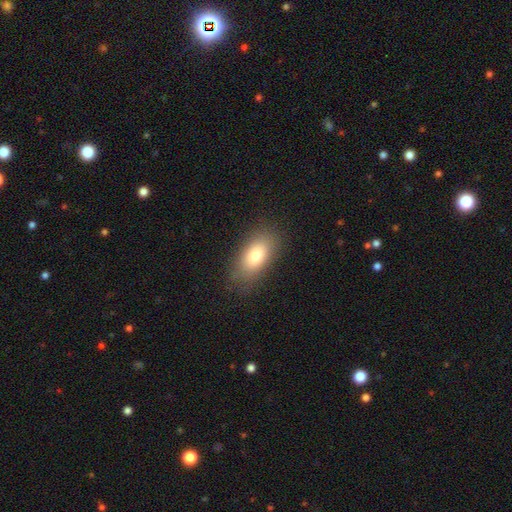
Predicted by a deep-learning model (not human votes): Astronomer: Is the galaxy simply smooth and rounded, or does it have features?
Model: smooth — 77%.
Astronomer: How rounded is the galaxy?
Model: in between — 88%.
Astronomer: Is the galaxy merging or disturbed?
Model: none — 82%.